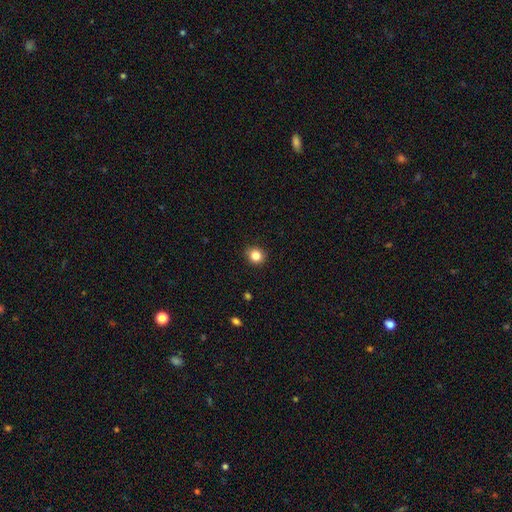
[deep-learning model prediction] Morphology: type=smooth (84%); roundness=round (81%); merging=none (89%).